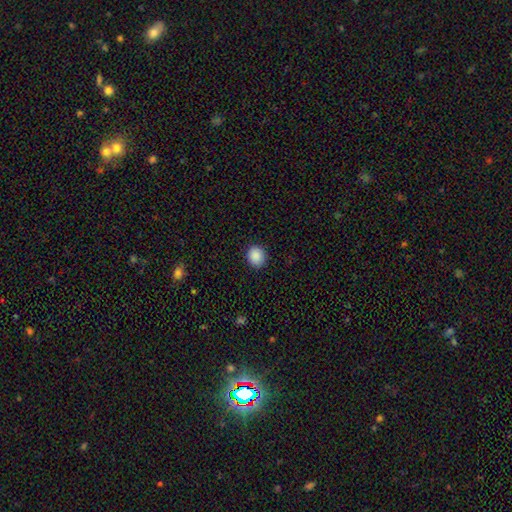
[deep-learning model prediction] Smooth or featured?
  - smooth: 89% *
  - star or artifact: 8%
  - featured or disk: 3%
How rounded?
  - round: 72% *
  - in between: 27%
  - cigar-shaped: 1%
Merging?
  - none: 90% *
  - minor disturbance: 7%
  - major disturbance: 2%
  - merger: 1%